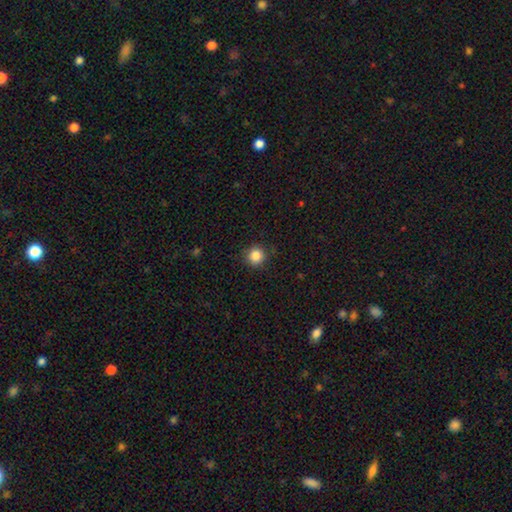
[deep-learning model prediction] A smooth galaxy with no disk features (86%) that is round (94%).

Vote fractions:
- Smooth or featured? smooth: 86% / star or artifact: 10% / featured or disk: 4%
- How rounded? round: 94% / in between: 5% / cigar-shaped: 1%
- Merging? none: 89% / minor disturbance: 7% / major disturbance: 2% / merger: 1%